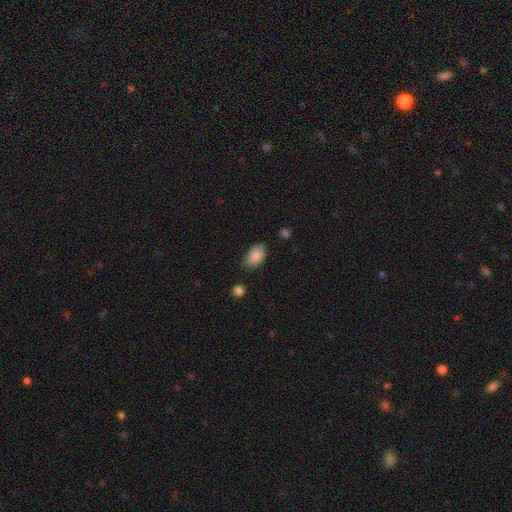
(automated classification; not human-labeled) This appears to be a smooth galaxy with no disk features (82%) that is in between round and cigar-shaped (90%). Merging: none (58%).